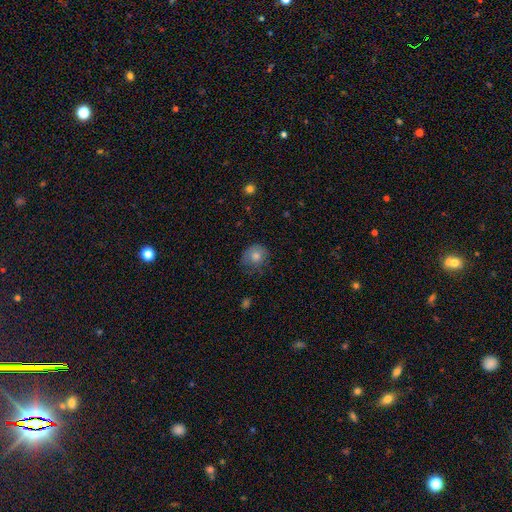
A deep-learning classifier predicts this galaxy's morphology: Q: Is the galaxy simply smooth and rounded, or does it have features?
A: smooth — 76%.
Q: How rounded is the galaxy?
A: round — 80%.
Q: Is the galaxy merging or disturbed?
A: none — 67%.